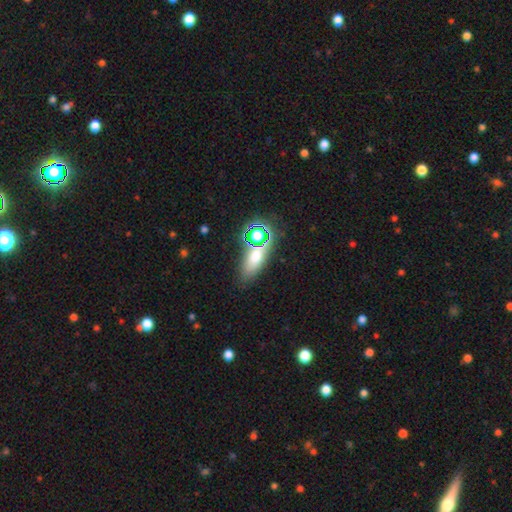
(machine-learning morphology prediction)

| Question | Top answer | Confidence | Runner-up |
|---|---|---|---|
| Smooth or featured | smooth | 61% | star or artifact (25%) |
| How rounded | in between | 68% | round (16%) |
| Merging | none | 68% | minor disturbance (13%) |